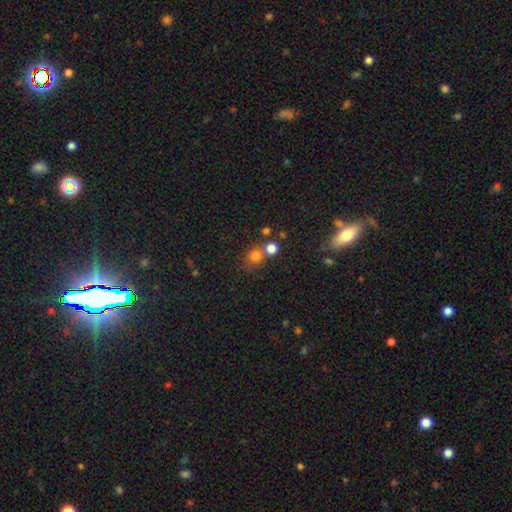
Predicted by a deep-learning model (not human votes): A smooth galaxy with no disk features (76%) that is round (83%). Merging: none (57%).